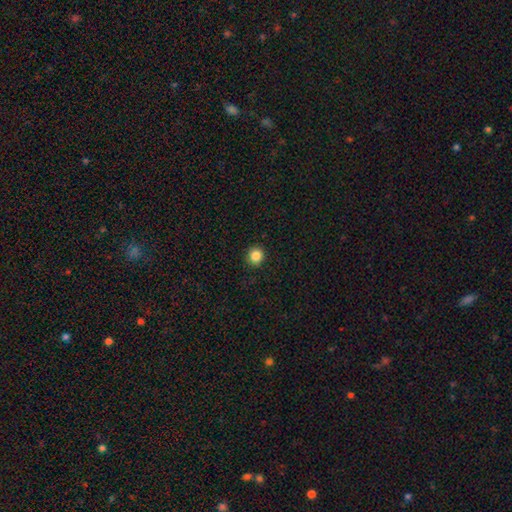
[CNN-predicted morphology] This appears to be a smooth galaxy with no disk features (86%) that is round (91%). Merging: none (91%).